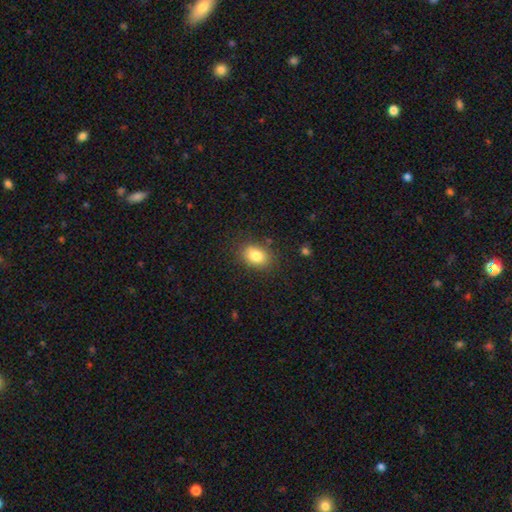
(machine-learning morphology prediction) type=smooth (83%); roundness=in between (79%); merging=none (82%).